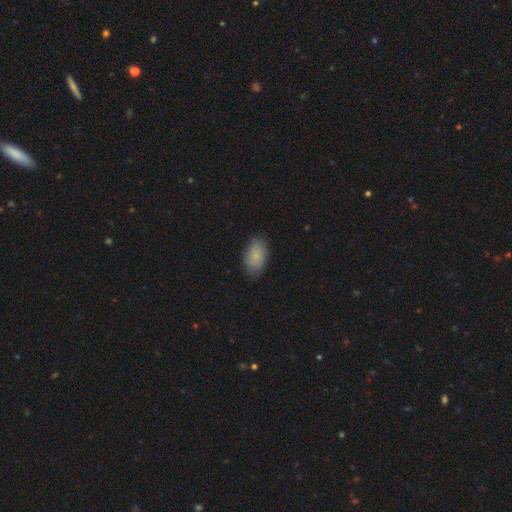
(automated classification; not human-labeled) Smooth or featured? smooth (83%)
How rounded? in between (91%)
Merging? none (80%)